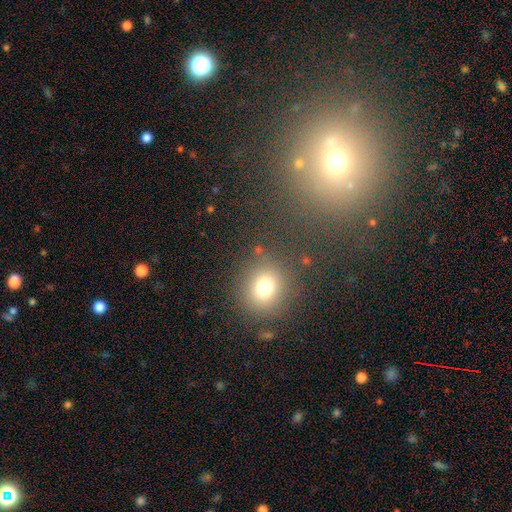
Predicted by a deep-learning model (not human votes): smooth_or_featured: smooth (p=0.53) [alt: star or artifact p=0.36]
how_rounded: round (p=0.88) [alt: in between p=0.11]
merging: none (p=0.80) [alt: merger p=0.09]